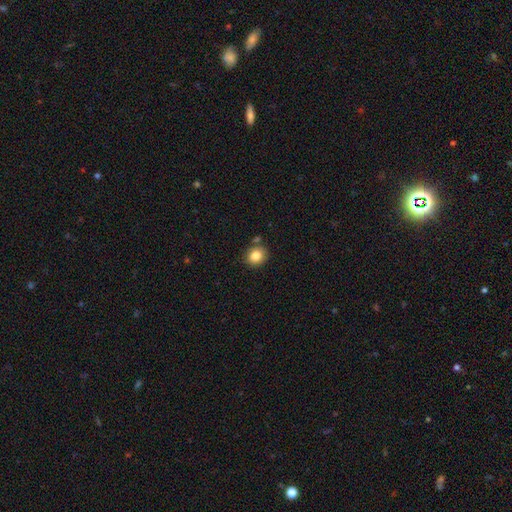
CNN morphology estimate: Smooth or featured? Predicted: smooth (p=0.83). How rounded? Predicted: round (p=0.74). Merging? Predicted: none (p=0.81).